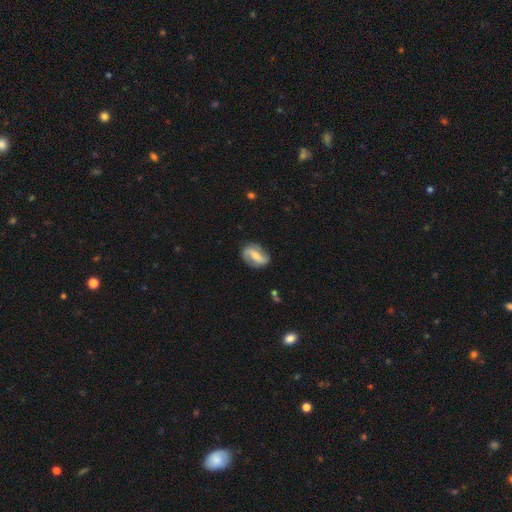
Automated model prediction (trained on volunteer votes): A featured or disk galaxy (63%) with a strong bar (43%), 2 (85%) loose (44%) spiral arms (85%) and a moderate central bulge (41%, tied with small).

Vote fractions:
- Smooth or featured? featured or disk: 63% / smooth: 30% / star or artifact: 7%
- Edge-on disk? no: 95% / yes: 5%
- Bar? strong: 43% / weak: 35% / no: 22%
- Spiral arms? yes: 85% / no: 15%
- Spiral winding? loose: 44% / medium: 34% / tight: 22%
- Spiral arm count? 2: 85% / can't tell: 7% / 1: 5% / 3: 1% / 4: 1% / more than 4: 1%
- Bulge size? moderate: 41% (tied) / small: 41% (tied) / none: 9% / large: 7% / dominant: 2%
- Merging? none: 77% / minor disturbance: 16% / major disturbance: 5% / merger: 2%